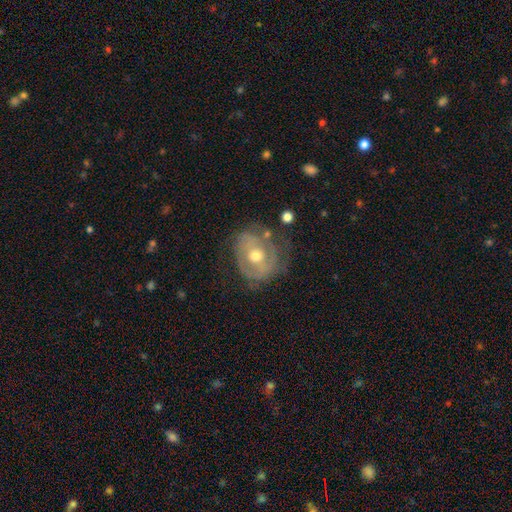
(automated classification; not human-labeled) smooth-or-featured: featured or disk: 71% | smooth: 21% | star or artifact: 7%
  disk-edge-on: no: 96% | yes: 4%
    bar: no: 62% | weak: 28% | strong: 10%
    has-spiral-arms: yes: 65% | no: 35%
    bulge-size: moderate: 75% | small: 19% | large: 4% | none: 1% | dominant: 1%
  merging: none: 60% | minor disturbance: 24% | major disturbance: 13% | merger: 3%